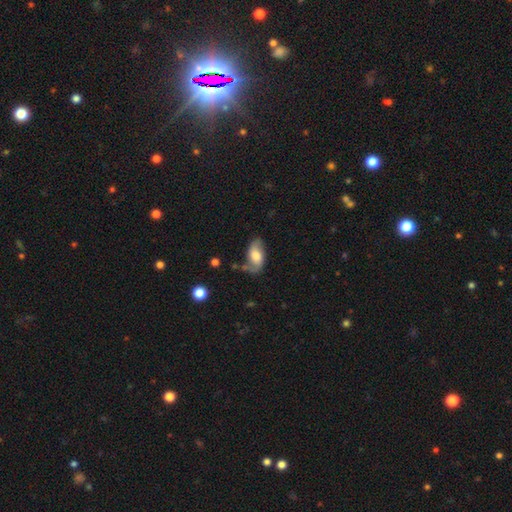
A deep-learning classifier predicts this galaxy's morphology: This appears to be a featured or disk galaxy (53%). Merging: none (57%).